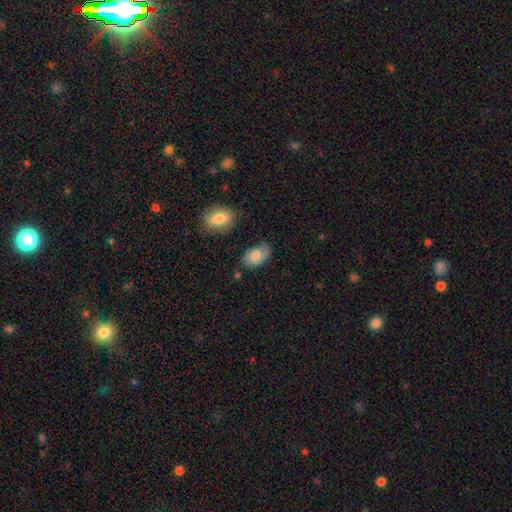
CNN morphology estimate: Smooth or featured? Predicted: smooth (p=0.75). How rounded? Predicted: in between (p=0.90). Merging? Predicted: none (p=0.66).